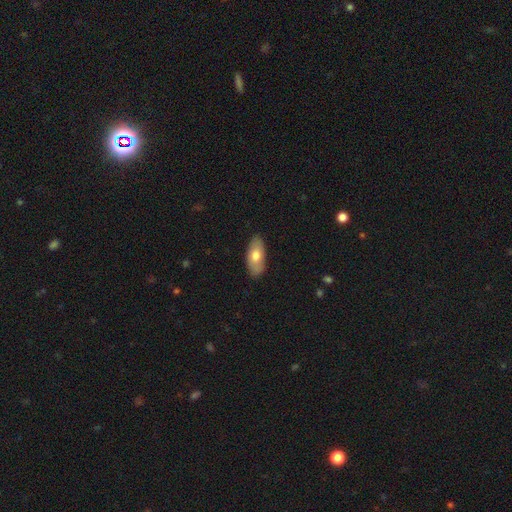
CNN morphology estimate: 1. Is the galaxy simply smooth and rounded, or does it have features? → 71% smooth, 24% featured or disk, 6% star or artifact.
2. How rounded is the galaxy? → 88% in between, 9% cigar-shaped, 3% round.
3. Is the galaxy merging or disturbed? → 86% none, 11% minor disturbance, 2% major disturbance, 1% merger.